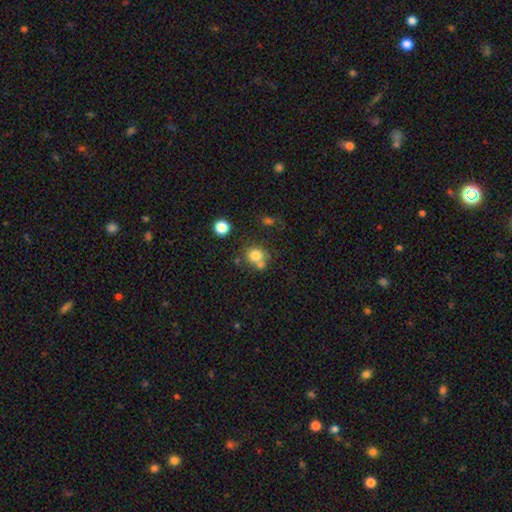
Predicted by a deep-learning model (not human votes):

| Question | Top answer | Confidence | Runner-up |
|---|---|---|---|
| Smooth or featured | smooth | 77% | star or artifact (12%) |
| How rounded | round | 81% | in between (18%) |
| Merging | none | 53% | merger (31%) |